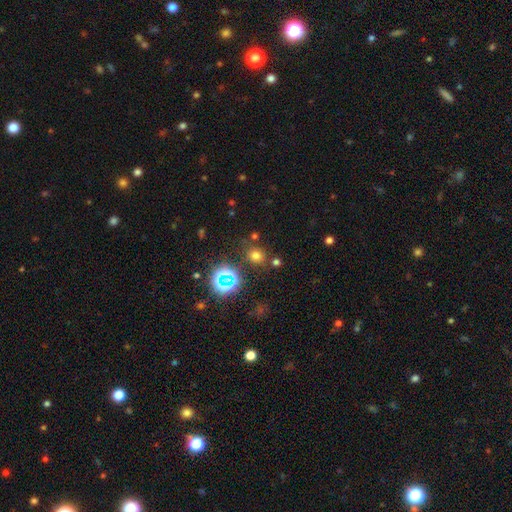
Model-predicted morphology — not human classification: Smooth or featured?
  - smooth: 65% *
  - star or artifact: 28%
  - featured or disk: 7%
How rounded?
  - round: 74% *
  - in between: 25%
  - cigar-shaped: 1%
Merging?
  - none: 79% *
  - minor disturbance: 10%
  - merger: 7%
  - major disturbance: 4%